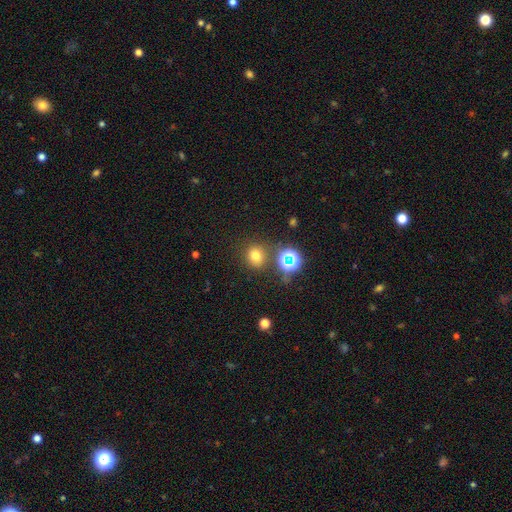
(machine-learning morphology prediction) Smooth or featured: smooth — 70% (star or artifact — 23%)
How rounded: round — 78% (in between — 21%)
Merging: none — 80% (minor disturbance — 10%)